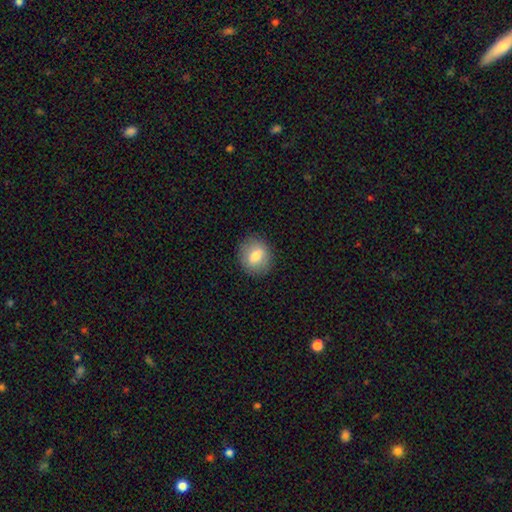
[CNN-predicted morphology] The model was most divided on "how rounded": round: 71%, in between: 28%, cigar-shaped: 1%. More confident: merging — none (87%); smooth or featured — smooth (75%).